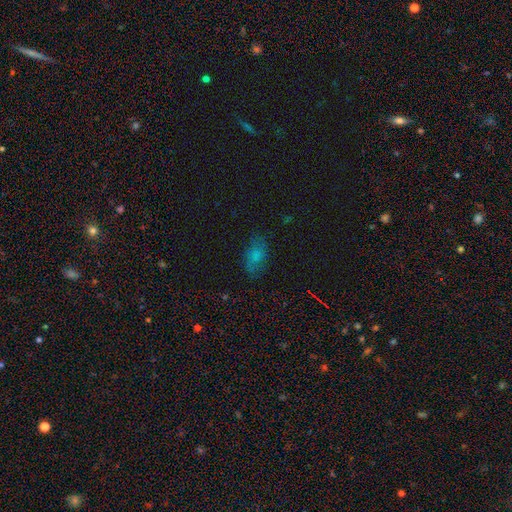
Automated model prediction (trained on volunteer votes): Smooth or featured?
  - smooth: 66% *
  - featured or disk: 19%
  - star or artifact: 15%
How rounded?
  - in between: 89% *
  - round: 7%
  - cigar-shaped: 4%
Merging?
  - none: 70% *
  - minor disturbance: 21%
  - major disturbance: 7%
  - merger: 2%